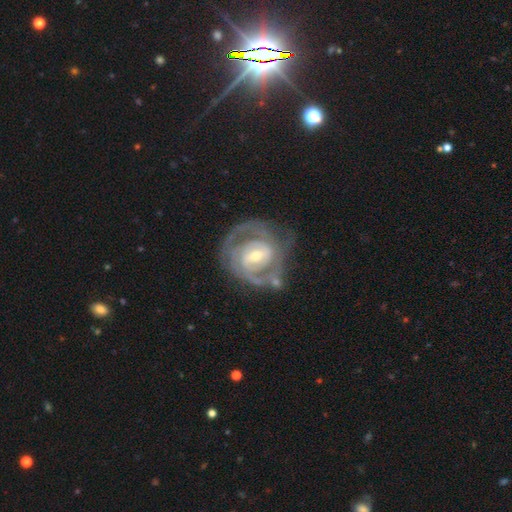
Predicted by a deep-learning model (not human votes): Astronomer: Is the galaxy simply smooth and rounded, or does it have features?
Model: featured or disk — 87%.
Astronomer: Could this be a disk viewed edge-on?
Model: no — 97%.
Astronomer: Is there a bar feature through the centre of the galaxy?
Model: weak — 51% (runner-up: no, 27%).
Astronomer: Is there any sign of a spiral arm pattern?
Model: yes — 93%.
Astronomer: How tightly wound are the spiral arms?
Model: tight — 60%.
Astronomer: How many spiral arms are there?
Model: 2 — 55%.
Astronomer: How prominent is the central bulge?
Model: moderate — 55% (runner-up: small, 39%).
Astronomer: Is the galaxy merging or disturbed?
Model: none — 64%.